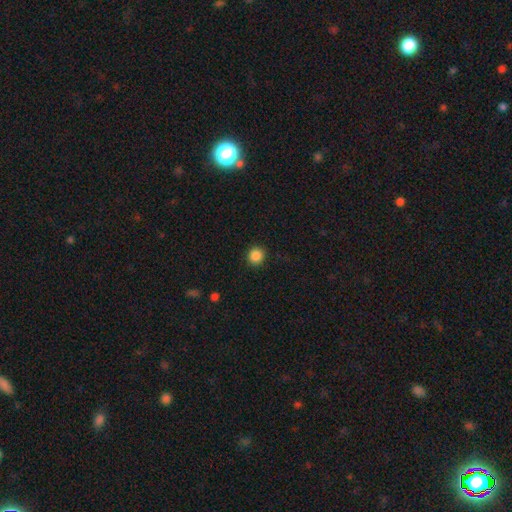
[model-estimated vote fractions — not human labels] The model was most divided on "smooth or featured": smooth: 87%, star or artifact: 10%, featured or disk: 3%. More confident: merging — none (91%); how rounded — round (90%).